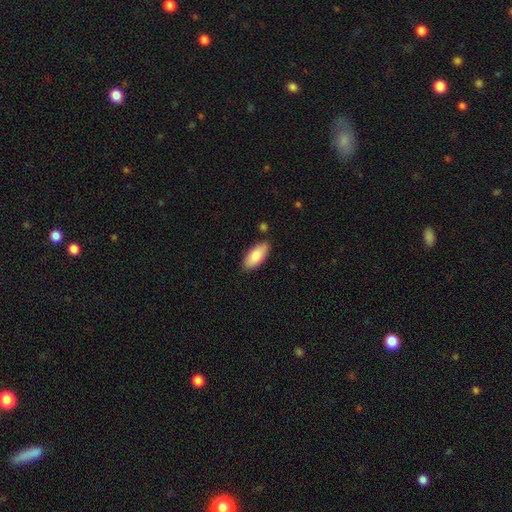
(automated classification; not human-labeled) This is clearly a smooth galaxy (83%). How rounded: clearly in between (89%). Merging: clearly none (83%).